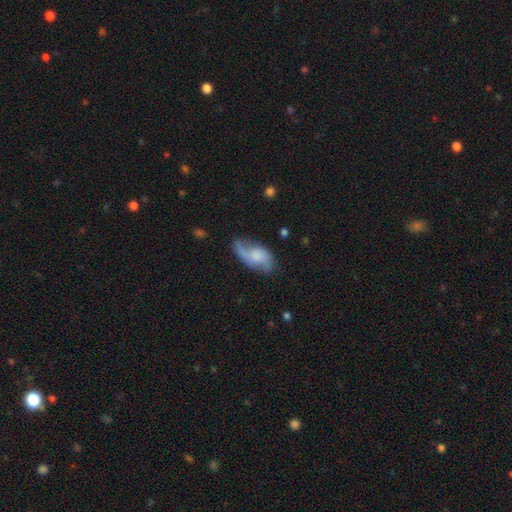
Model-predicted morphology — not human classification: featured or disk 68%, smooth 25%, star or artifact 7%. Down the decision tree: edge-on disk — no (95%); bar — no (62%); spiral arms — yes (92%); spiral arm count — 2 (78%); spiral winding — loose (66%); bulge size — moderate (29%); merging — none (58%).